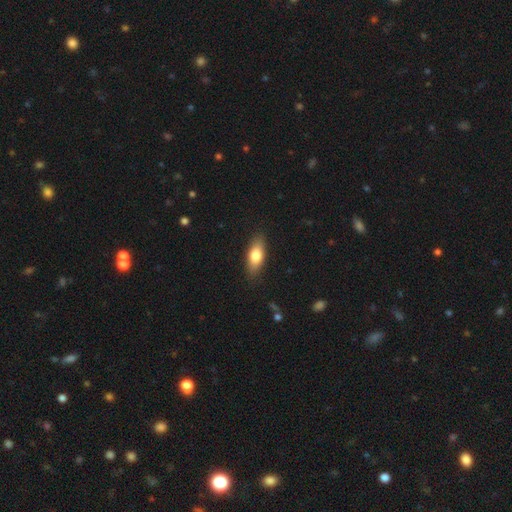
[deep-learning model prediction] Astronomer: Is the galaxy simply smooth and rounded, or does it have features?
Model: smooth — 74%.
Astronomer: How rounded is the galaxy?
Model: in between — 76%.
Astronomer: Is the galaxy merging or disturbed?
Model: none — 86%.